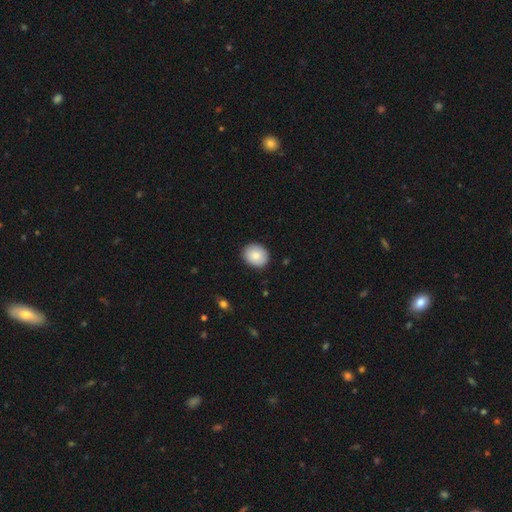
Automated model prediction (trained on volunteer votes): Overall: smooth (84%). How rounded: round (64%; in between 35%). Merging: none (89%).